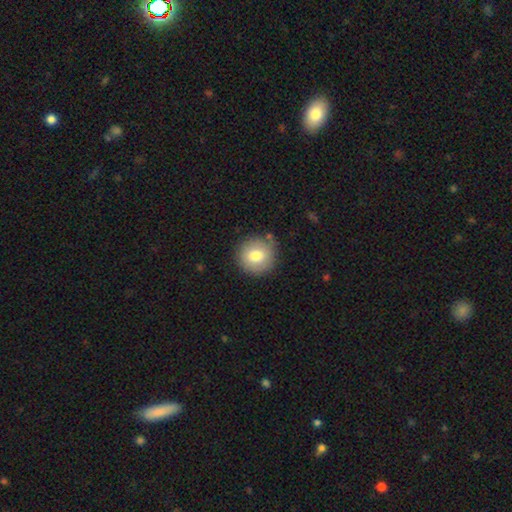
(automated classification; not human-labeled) A smooth galaxy with no disk features (77%) that is round (93%).

Vote fractions:
- Smooth or featured? smooth: 77% / featured or disk: 14% / star or artifact: 8%
- How rounded? round: 93% / in between: 6% / cigar-shaped: 1%
- Merging? none: 84% / minor disturbance: 10% / major disturbance: 3% / merger: 2%